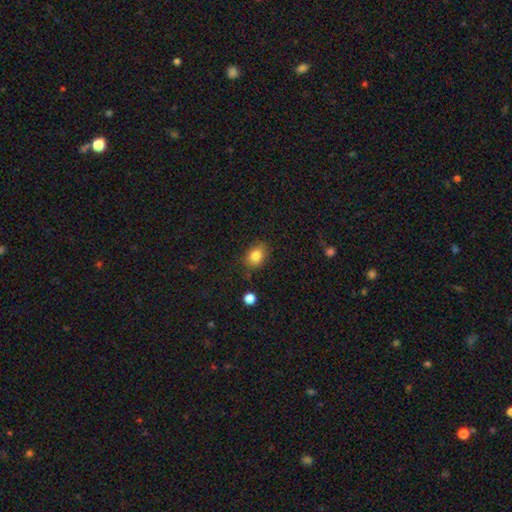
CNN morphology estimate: Smooth or featured? Predicted: smooth (p=0.84). How rounded? Predicted: in between (p=0.57). Merging? Predicted: none (p=0.80).